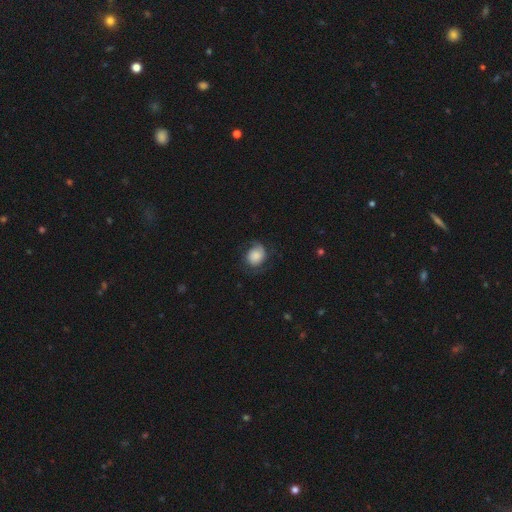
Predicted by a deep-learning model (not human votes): Smooth or featured? Predicted: smooth (p=0.60). How rounded? Predicted: round (p=0.64). Merging? Predicted: none (p=0.62).